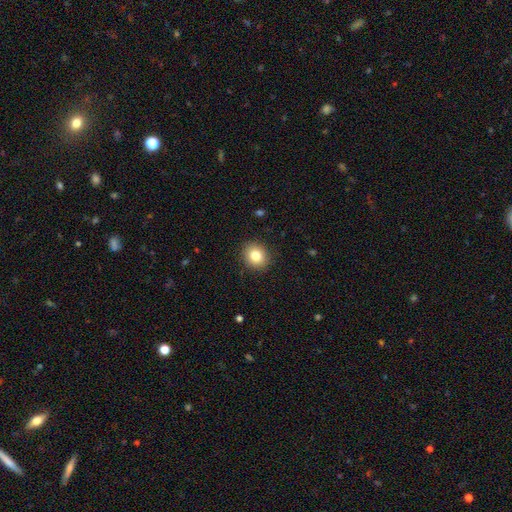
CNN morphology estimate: type=smooth (82%); roundness=round (74%); merging=none (90%).